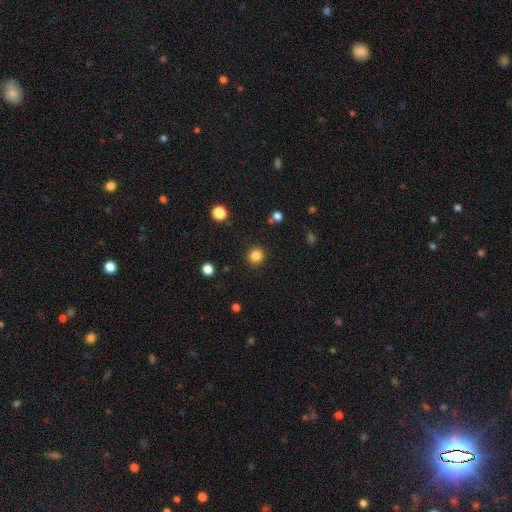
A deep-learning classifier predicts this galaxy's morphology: Overall: smooth (85%). How rounded: round (93%). Merging: none (90%).